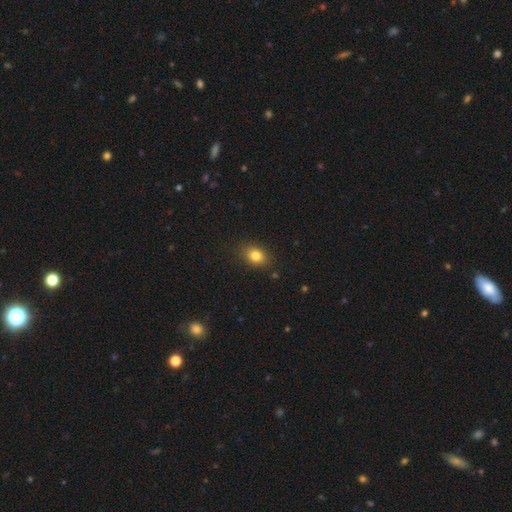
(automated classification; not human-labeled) A smooth galaxy with no disk features (82%) that is in between round and cigar-shaped (65%). Merging: none (85%).